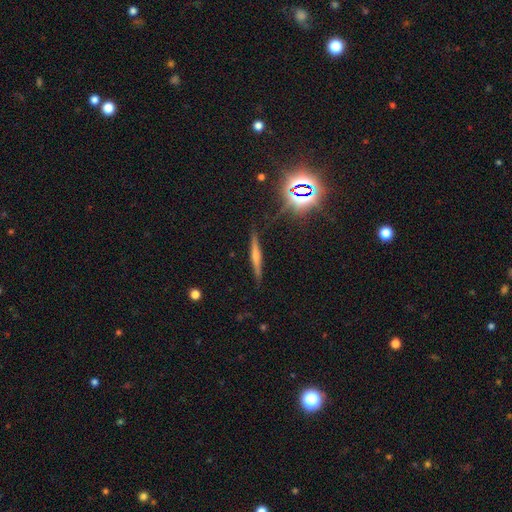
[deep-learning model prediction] This appears to be a featured or disk galaxy (46%). Merging: none (87%).